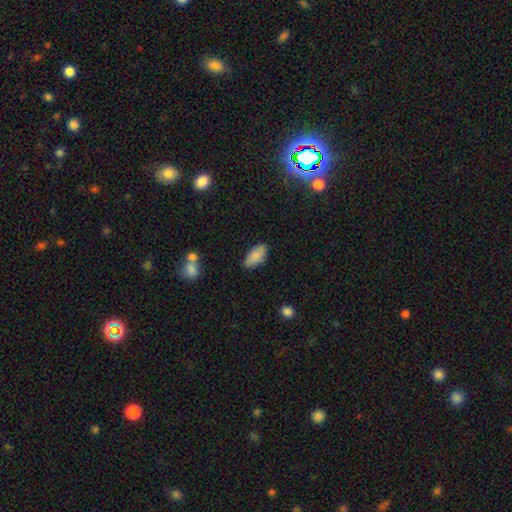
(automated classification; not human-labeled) Overall: smooth (86%). How rounded: in between (88%). Merging: none (80%).